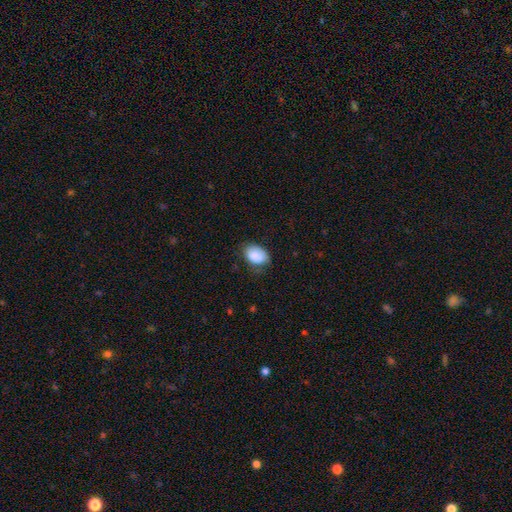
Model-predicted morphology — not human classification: Smooth or featured: smooth — 88% (star or artifact — 7%)
How rounded: in between — 80% (round — 19%)
Merging: none — 68% (minor disturbance — 25%)